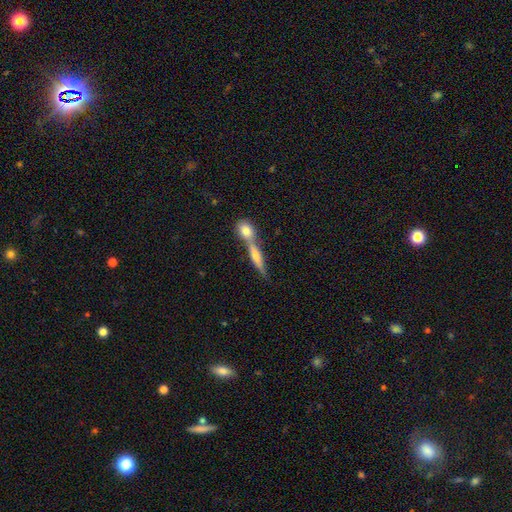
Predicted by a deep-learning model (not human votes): Morphology: type=smooth (55%); roundness=cigar-shaped (69%); merging=merger (48%).